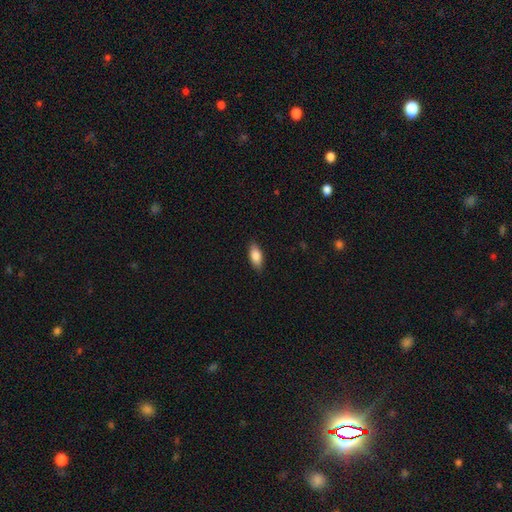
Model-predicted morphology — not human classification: Q: Smooth or featured?
A: smooth (85%); runner-up: featured or disk (9%)
Q: How rounded?
A: in between (86%); runner-up: cigar-shaped (11%)
Q: Merging?
A: none (87%); runner-up: minor disturbance (10%)